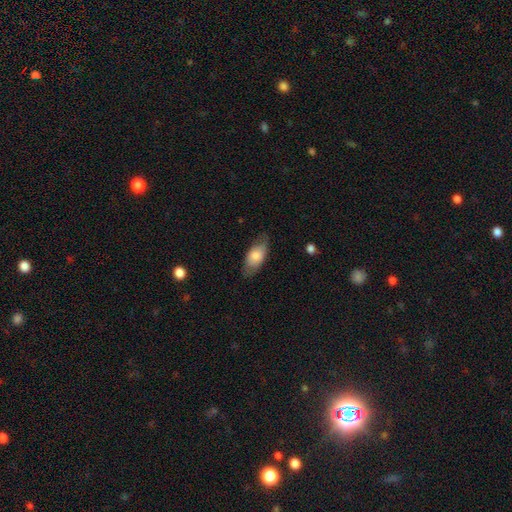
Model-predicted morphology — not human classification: smooth_or_featured: smooth (p=0.75) [alt: featured or disk p=0.19]
how_rounded: in between (p=0.88) [alt: cigar-shaped p=0.08]
merging: none (p=0.75) [alt: minor disturbance p=0.19]